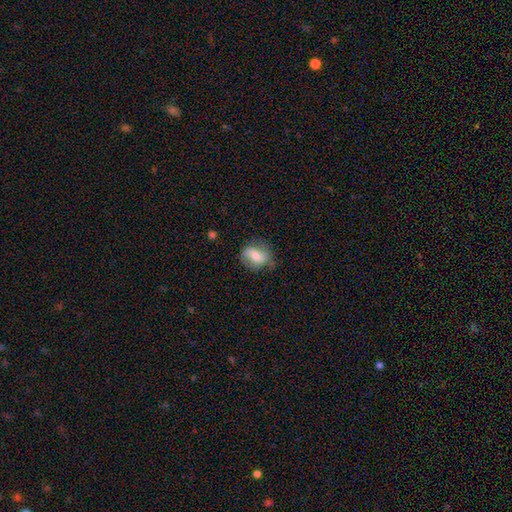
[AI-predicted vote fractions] The model was most divided on "smooth or featured": smooth: 51%, featured or disk: 41%, star or artifact: 8%. More confident: merging — none (65%); how rounded — in between (55%).